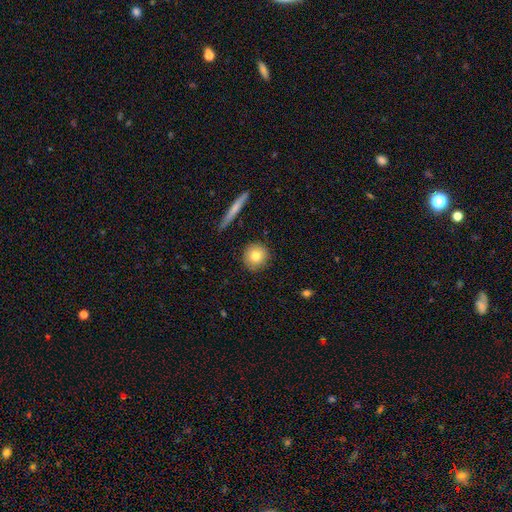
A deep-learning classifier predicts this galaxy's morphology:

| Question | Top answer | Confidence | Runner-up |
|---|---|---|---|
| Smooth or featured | smooth | 78% | featured or disk (14%) |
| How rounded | round | 92% | in between (6%) |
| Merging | none | 89% | minor disturbance (7%) |